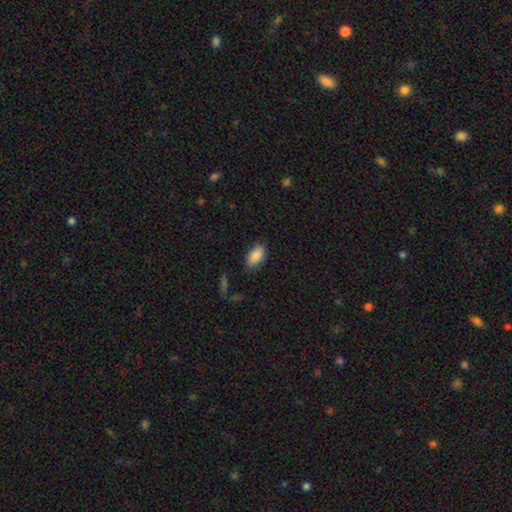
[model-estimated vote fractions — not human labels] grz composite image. It shows a smooth galaxy with no disk features (87%) that is in between round and cigar-shaped (93%). Merging: none (84%).